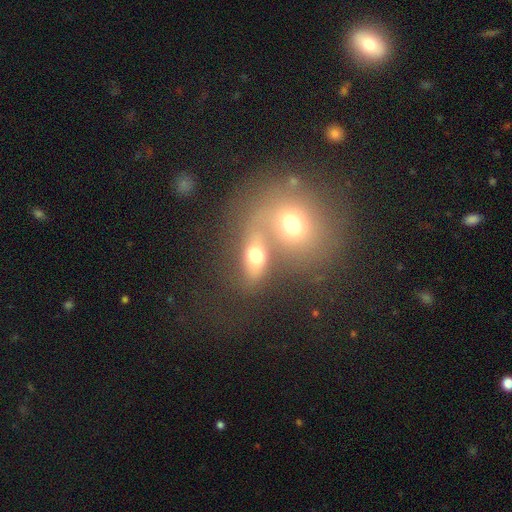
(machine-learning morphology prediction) Smooth or featured? smooth (68%)
How rounded? in between (59%)
Merging? merger (61%)